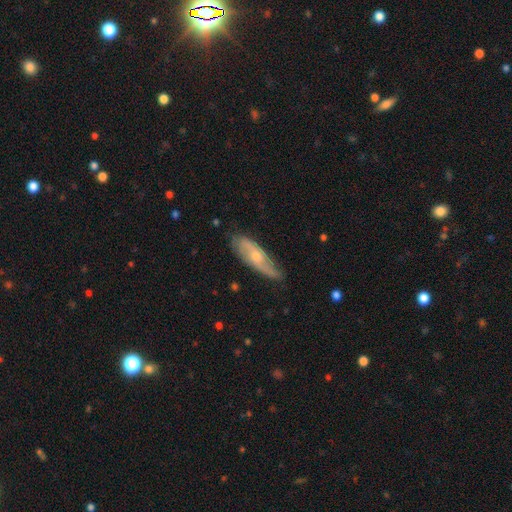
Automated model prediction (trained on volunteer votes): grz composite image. It shows a featured or disk galaxy (62%). Merging: none (73%).